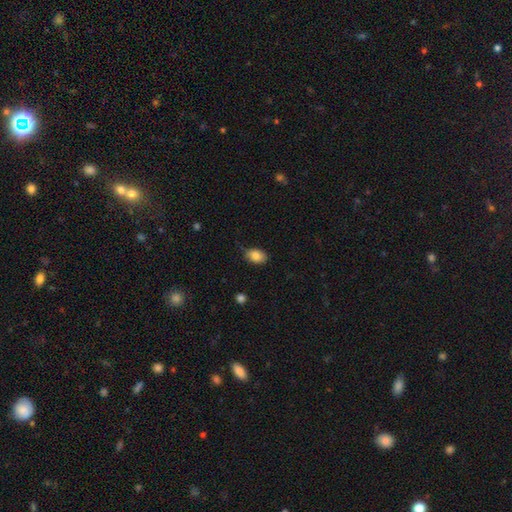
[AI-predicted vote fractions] Overall: smooth (85%). How rounded: in between (84%). Merging: none (77%).